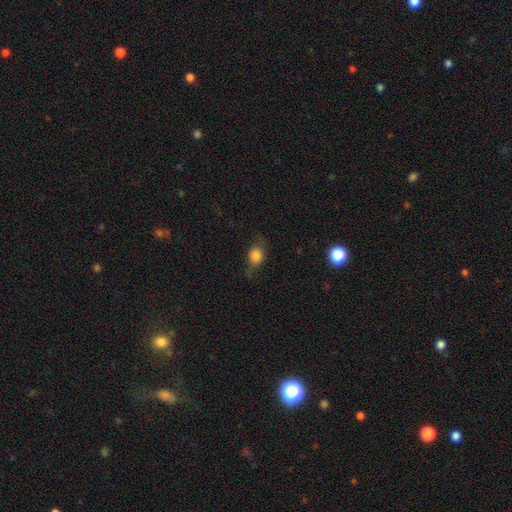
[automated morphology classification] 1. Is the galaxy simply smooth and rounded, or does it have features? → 70% smooth, 20% featured or disk, 10% star or artifact.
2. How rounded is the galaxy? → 56% round, 41% in between, 4% cigar-shaped.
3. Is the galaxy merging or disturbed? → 60% none, 26% minor disturbance, 13% major disturbance, 2% merger.